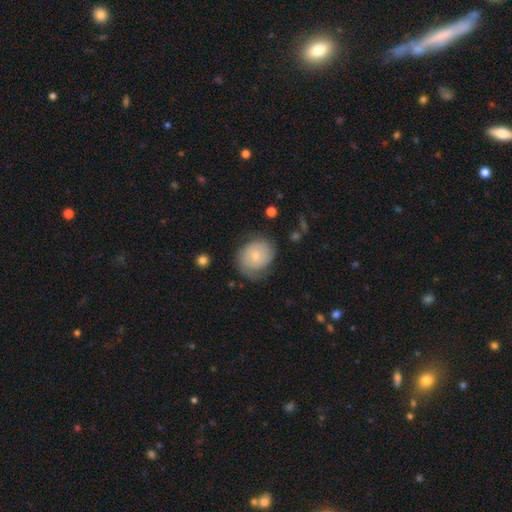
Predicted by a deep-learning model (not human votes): smooth 48%, featured or disk 45%, star or artifact 7%. Down the decision tree: merging — none (62%).